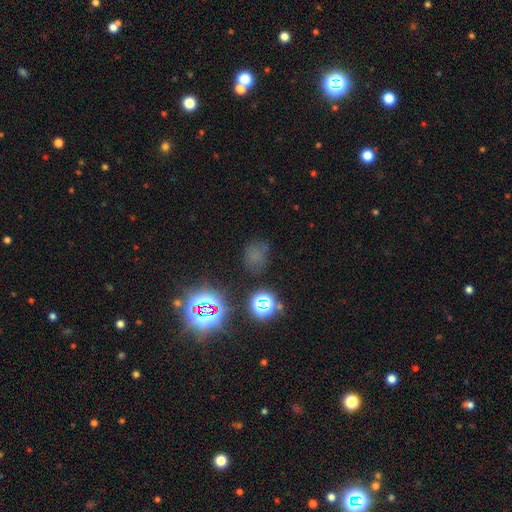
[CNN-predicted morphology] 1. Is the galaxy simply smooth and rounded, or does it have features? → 47% star or artifact, 44% smooth, 9% featured or disk.